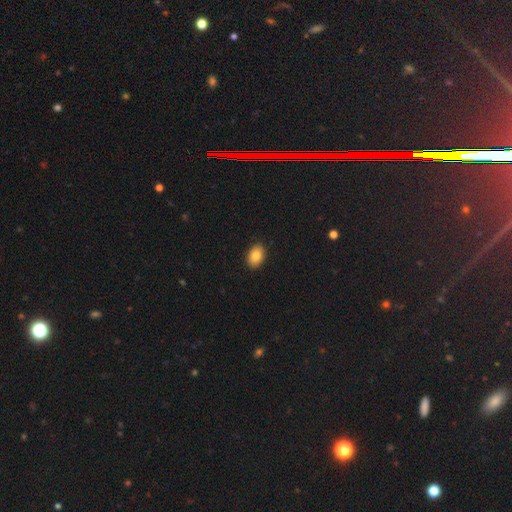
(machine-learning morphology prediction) Smooth or featured? Predicted: smooth (p=0.86). How rounded? Predicted: in between (p=0.86). Merging? Predicted: none (p=0.90).